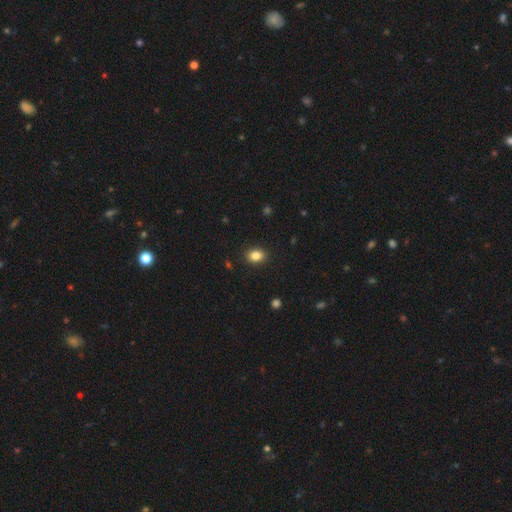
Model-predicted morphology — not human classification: Smooth or featured? smooth (85%)
How rounded? in between (66%)
Merging? none (90%)